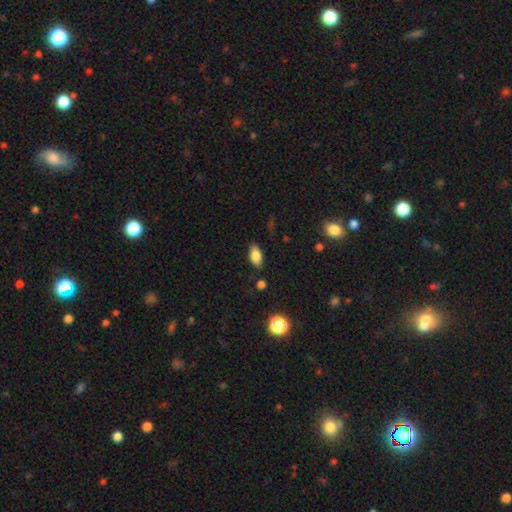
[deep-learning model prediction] The model was most divided on "merging": none: 80%, minor disturbance: 15%, major disturbance: 3%, merger: 2%. More confident: how rounded — in between (88%); smooth or featured — smooth (79%).